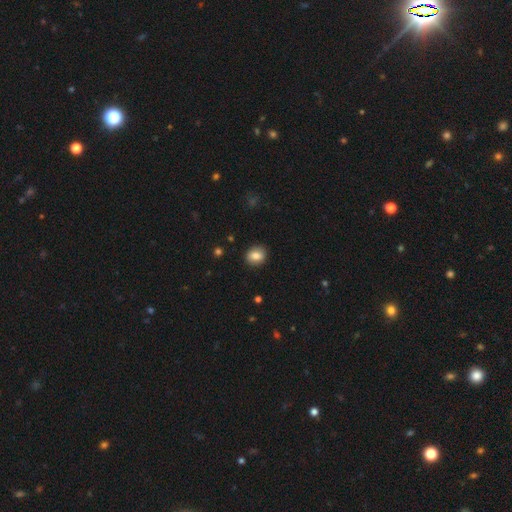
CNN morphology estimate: A smooth galaxy with no disk features (81%) that is round (64%).

Vote fractions:
- Smooth or featured? smooth: 81% / featured or disk: 11% / star or artifact: 8%
- How rounded? round: 64% / in between: 35% / cigar-shaped: 1%
- Merging? none: 88% / minor disturbance: 9% / major disturbance: 2% / merger: 1%